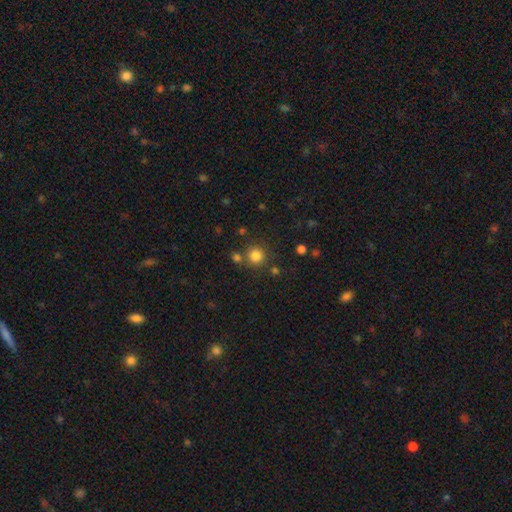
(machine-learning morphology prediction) Smooth or featured?
  - smooth: 81% *
  - star or artifact: 13%
  - featured or disk: 5%
How rounded?
  - round: 93% *
  - in between: 6%
  - cigar-shaped: 1%
Merging?
  - none: 77% *
  - merger: 11%
  - minor disturbance: 8%
  - major disturbance: 3%